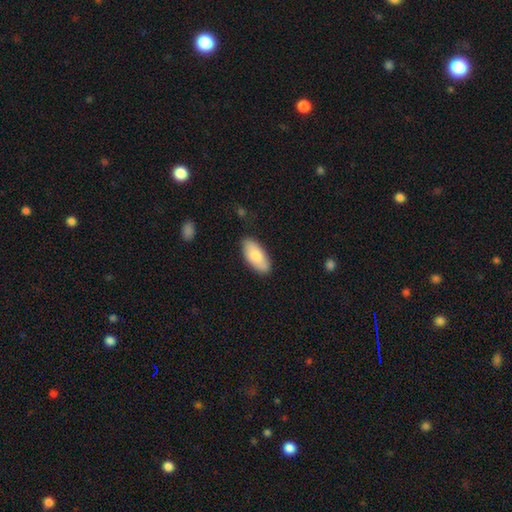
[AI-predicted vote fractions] A smooth galaxy with no disk features (80%) that is in between round and cigar-shaped (90%).

Vote fractions:
- Smooth or featured? smooth: 80% / featured or disk: 14% / star or artifact: 6%
- How rounded? in between: 90% / cigar-shaped: 8% / round: 2%
- Merging? none: 84% / minor disturbance: 12% / major disturbance: 2% / merger: 1%